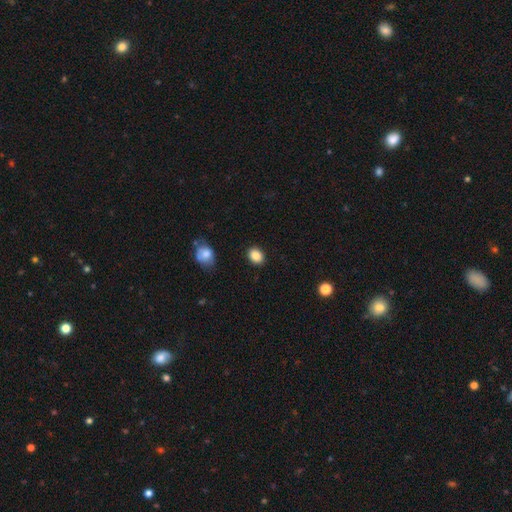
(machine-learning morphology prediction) Smooth or featured?
  - smooth: 87% *
  - star or artifact: 9%
  - featured or disk: 4%
How rounded?
  - in between: 56% *
  - round: 43%
  - cigar-shaped: 1%
Merging?
  - none: 88% *
  - minor disturbance: 8%
  - major disturbance: 2%
  - merger: 2%